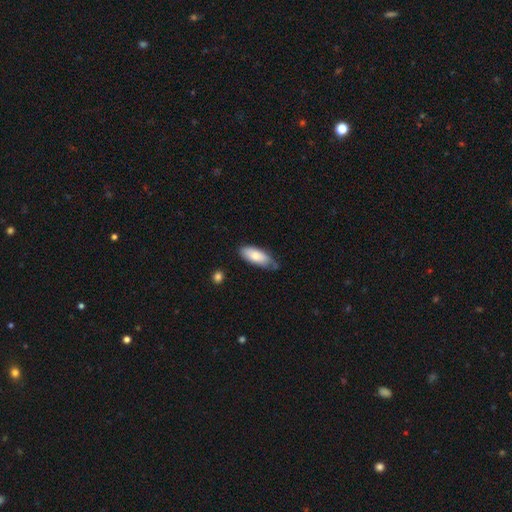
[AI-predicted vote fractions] Smooth or featured?
  - smooth: 78% *
  - featured or disk: 16%
  - star or artifact: 6%
How rounded?
  - in between: 79% *
  - cigar-shaped: 19%
  - round: 2%
Merging?
  - none: 58% *
  - minor disturbance: 33%
  - major disturbance: 6%
  - merger: 3%